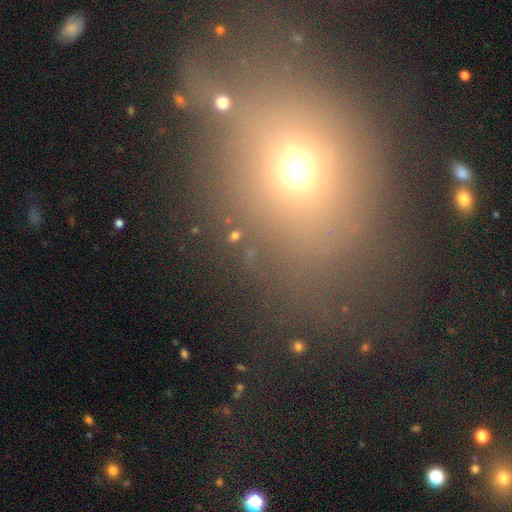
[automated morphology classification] Smooth or featured? smooth (55%)
How rounded? round (61%)
Merging? none (67%)